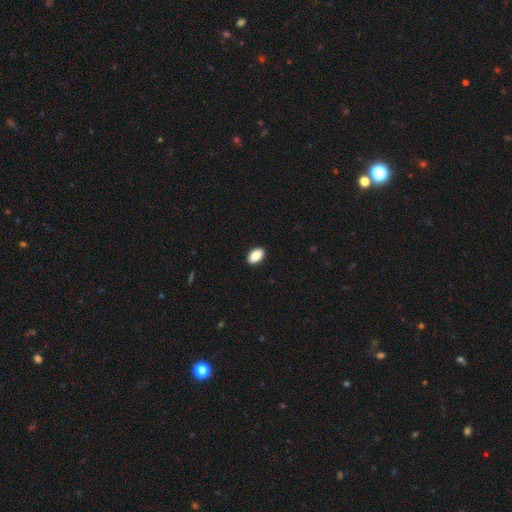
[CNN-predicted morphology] The model was most divided on "smooth or featured": smooth: 88%, star or artifact: 7%, featured or disk: 5%. More confident: how rounded — in between (93%); merging — none (91%).